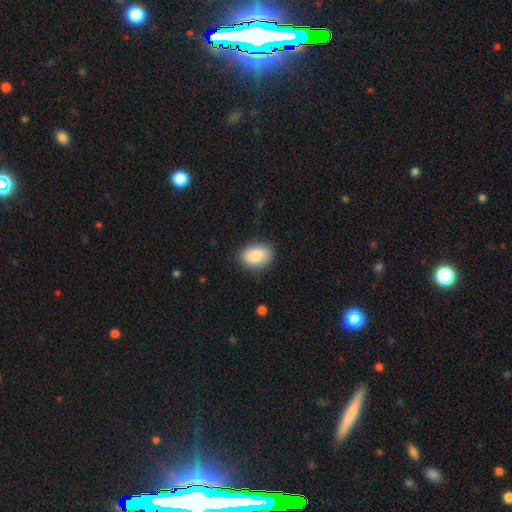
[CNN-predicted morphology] This is clearly a smooth galaxy (85%). How rounded: likely in between (75%). Merging: clearly none (82%).